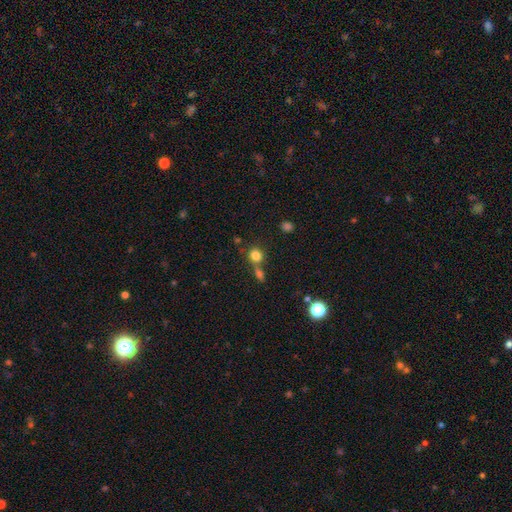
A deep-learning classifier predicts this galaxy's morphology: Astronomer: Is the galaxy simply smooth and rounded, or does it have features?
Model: smooth — 81%.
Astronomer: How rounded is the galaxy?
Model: round — 84%.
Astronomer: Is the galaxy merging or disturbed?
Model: none — 55% (runner-up: merger, 31%).